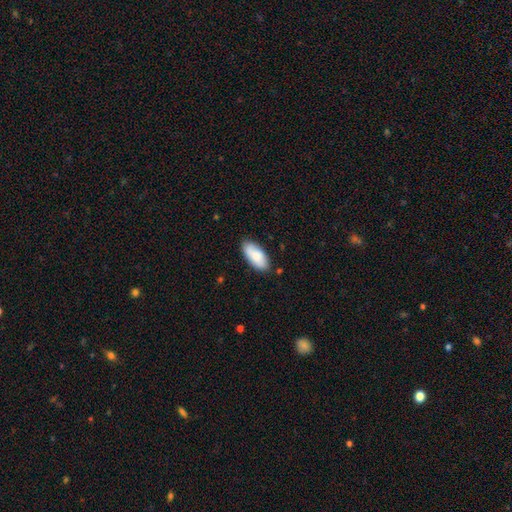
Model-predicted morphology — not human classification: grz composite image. It shows a smooth galaxy with no disk features (84%) that is in between round and cigar-shaped (90%). Merging: none (82%).